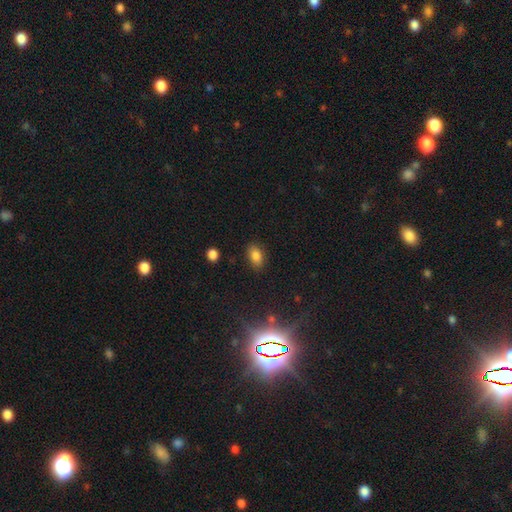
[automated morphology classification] A smooth galaxy with no disk features (82%) that is in between round and cigar-shaped (87%).

Vote fractions:
- Smooth or featured? smooth: 82% / star or artifact: 11% / featured or disk: 7%
- How rounded? in between: 87% / round: 11% / cigar-shaped: 3%
- Merging? none: 86% / minor disturbance: 10% / major disturbance: 3% / merger: 2%